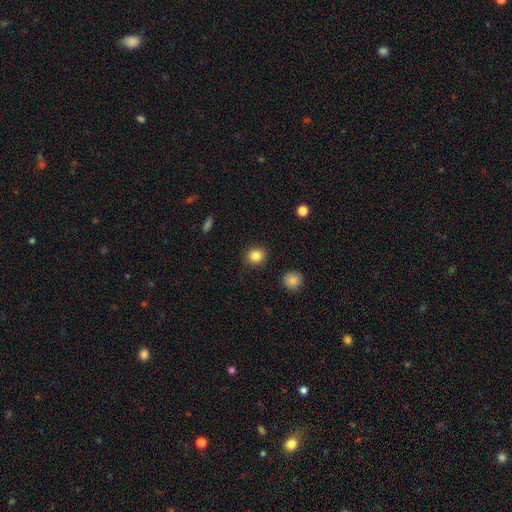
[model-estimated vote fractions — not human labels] This appears to be a smooth galaxy with no disk features (86%) that is round (84%). Merging: none (90%).